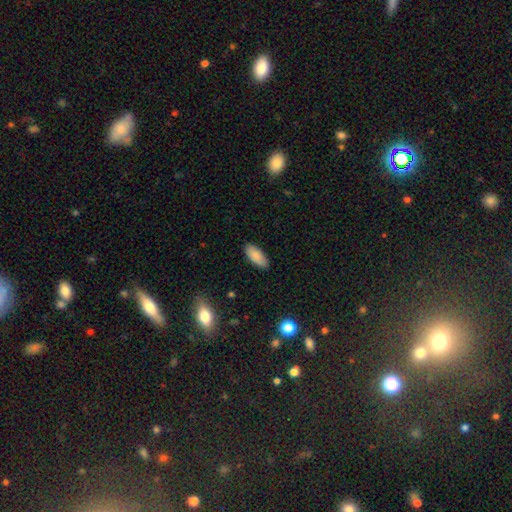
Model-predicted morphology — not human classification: Smooth or featured? smooth (86%)
How rounded? in between (87%)
Merging? none (87%)